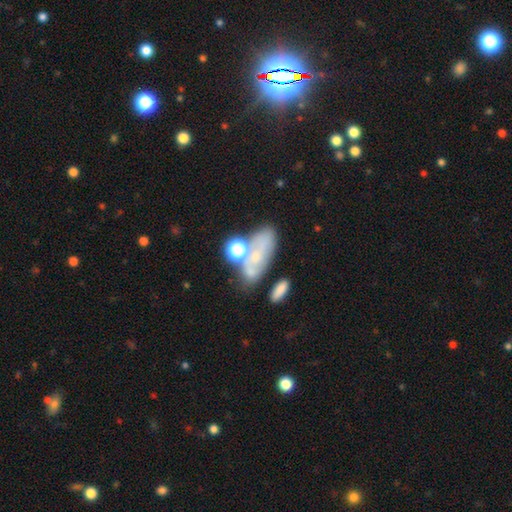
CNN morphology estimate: Smooth or featured? smooth (44%)
Merging? none (40%)